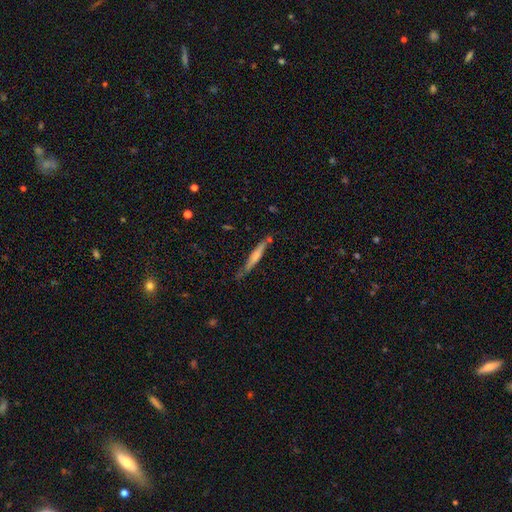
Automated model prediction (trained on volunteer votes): A smooth galaxy with no disk features (51%) that is cigar-shaped (94%). Merging: none (68%).